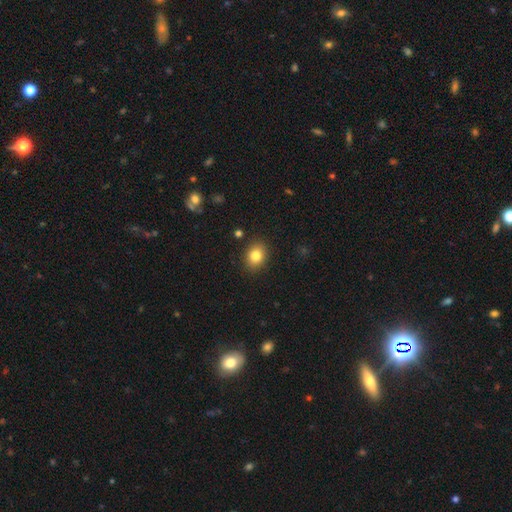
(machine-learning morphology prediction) smooth 83%, star or artifact 10%, featured or disk 7%. Down the decision tree: how rounded — in between (50%); merging — none (88%).